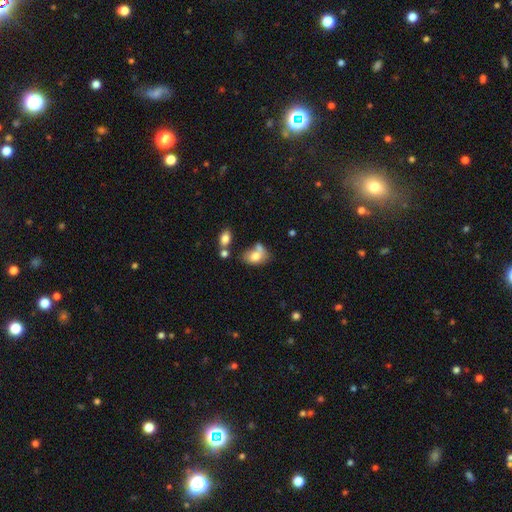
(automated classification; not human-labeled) Overall: smooth (76%). How rounded: in between (80%). Merging: none (37%; merger 35%).